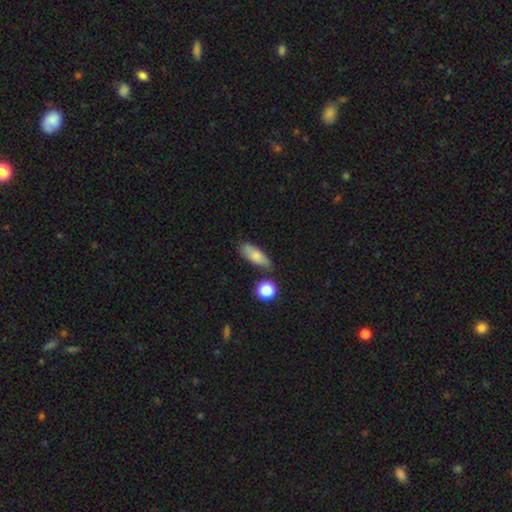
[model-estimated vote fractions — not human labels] Q: Smooth or featured?
A: smooth (77%); runner-up: featured or disk (15%)
Q: How rounded?
A: in between (67%); runner-up: cigar-shaped (28%)
Q: Merging?
A: none (69%); runner-up: minor disturbance (19%)